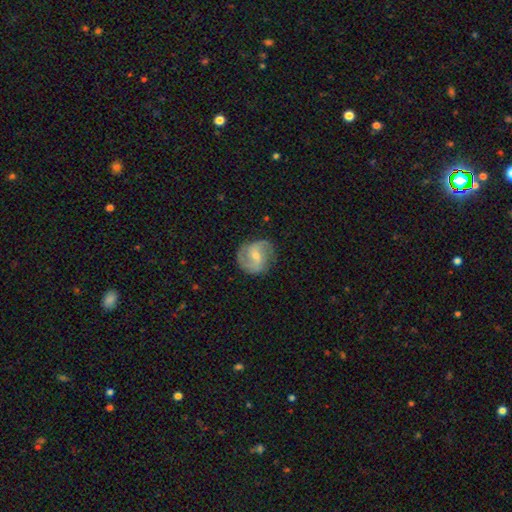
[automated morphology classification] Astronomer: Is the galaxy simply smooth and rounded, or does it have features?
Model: featured or disk — 77%.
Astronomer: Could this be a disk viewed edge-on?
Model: no — 97%.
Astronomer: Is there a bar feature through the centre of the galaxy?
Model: weak — 47% (runner-up: no, 29%).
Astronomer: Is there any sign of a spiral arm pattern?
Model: yes — 93%.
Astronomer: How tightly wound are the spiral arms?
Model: medium — 47% (runner-up: loose, 27%).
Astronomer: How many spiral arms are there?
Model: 2 — 84%.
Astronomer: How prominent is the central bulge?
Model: small — 50% (runner-up: moderate, 45%).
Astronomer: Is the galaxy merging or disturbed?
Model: none — 78%.